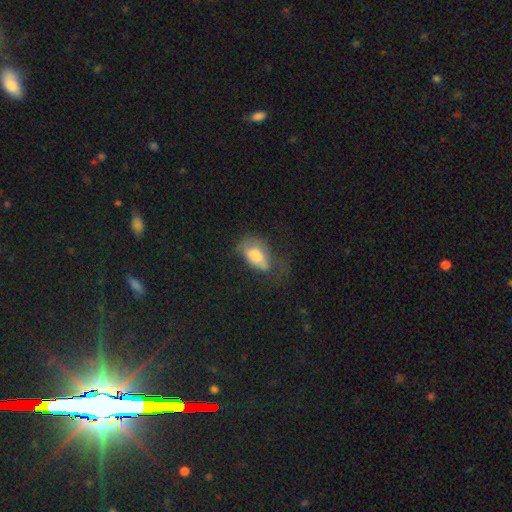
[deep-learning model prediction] A smooth galaxy with no disk features (68%) that is in between round and cigar-shaped (90%). Merging: major disturbance (34%).